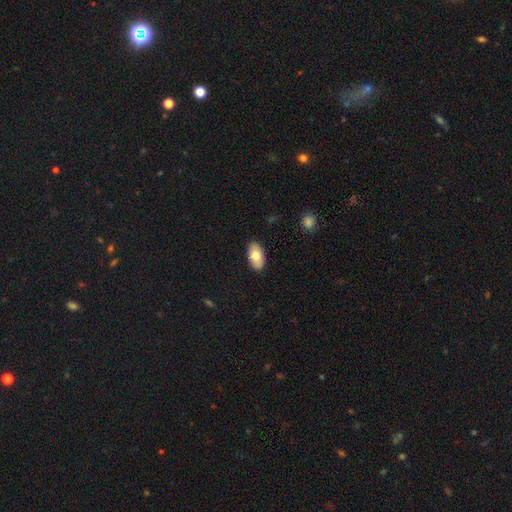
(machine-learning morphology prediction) type=smooth (76%); roundness=in between (94%); merging=none (89%).